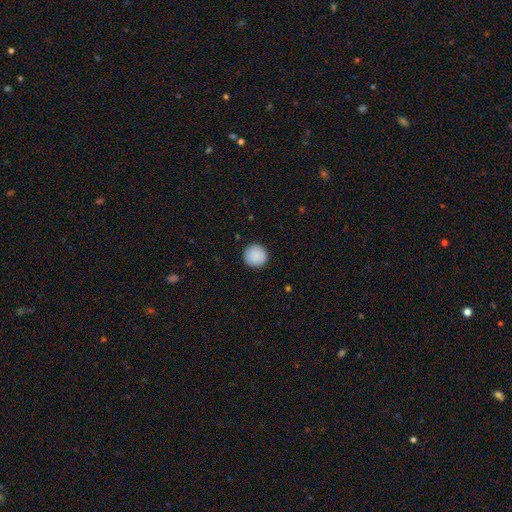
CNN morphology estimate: The model was most divided on "smooth or featured": smooth: 89%, star or artifact: 7%, featured or disk: 4%. More confident: how rounded — round (95%); merging — none (92%).